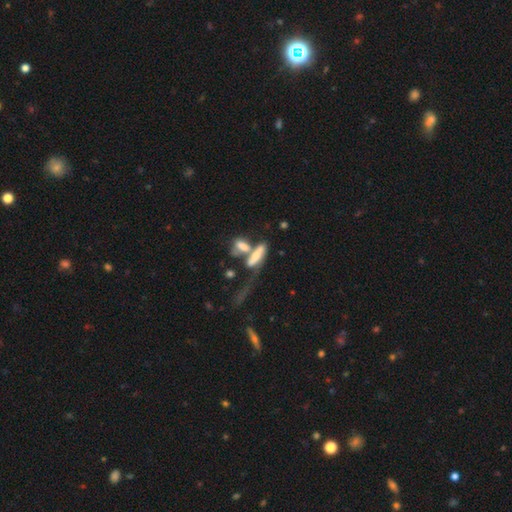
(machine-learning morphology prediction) Smooth or featured?
  - smooth: 56% *
  - featured or disk: 34%
  - star or artifact: 10%
How rounded?
  - in between: 50% *
  - cigar-shaped: 46%
  - round: 4%
Merging?
  - merger: 56% *
  - none: 19%
  - major disturbance: 15%
  - minor disturbance: 9%